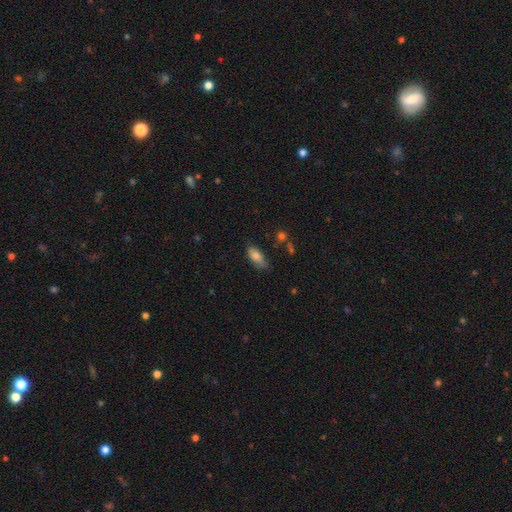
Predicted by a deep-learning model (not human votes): Overall: smooth (76%). How rounded: in between (85%). Merging: none (60%; minor disturbance 29%).